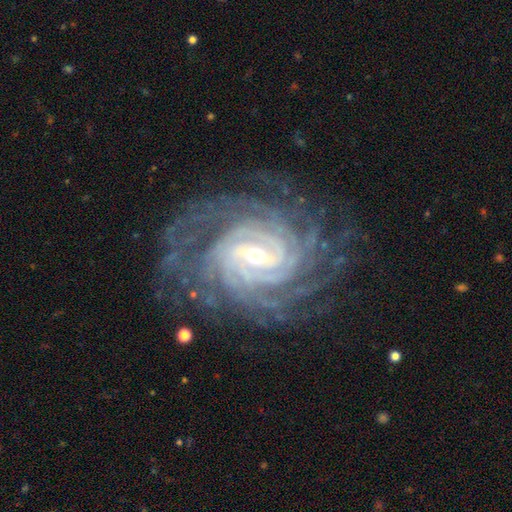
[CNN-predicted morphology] Smooth or featured?
  - featured or disk: 93% *
  - star or artifact: 5%
  - smooth: 3%
Edge-on disk?
  - no: 97% *
  - yes: 3%
Bar?
  - strong: 51% *
  - weak: 38%
  - no: 11%
Spiral arms?
  - yes: 99% *
  - no: 1%
Spiral winding?
  - tight: 82% *
  - medium: 15%
  - loose: 2%
Spiral arm count?
  - more than 4: 27% *
  - 4: 26%
  - can't tell: 16%
  - 3: 12%
  - 2: 11%
  - 1: 8%
Bulge size?
  - small: 56% *
  - moderate: 40%
  - large: 2%
  - none: 1%
  - dominant: 1%
Merging?
  - none: 80% *
  - minor disturbance: 13%
  - major disturbance: 5%
  - merger: 1%